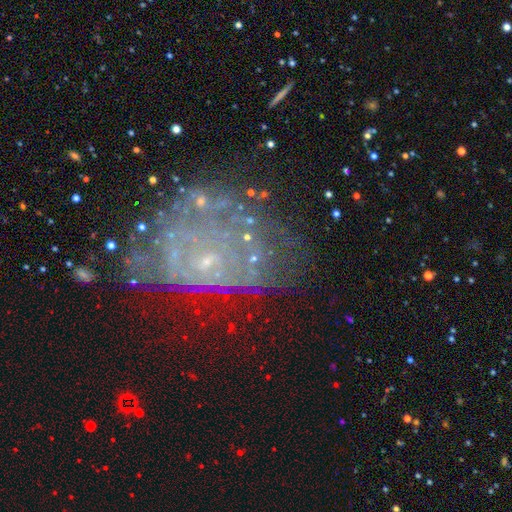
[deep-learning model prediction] Smooth or featured: featured or disk — 65% (star or artifact — 19%)
Edge-on disk: no — 97% (yes — 3%)
Bar: no — 82% (weak — 14%)
Spiral arms: no — 71% (yes — 29%)
Bulge size: small — 48% (none — 38%)
Merging: none — 37% (major disturbance — 34%)